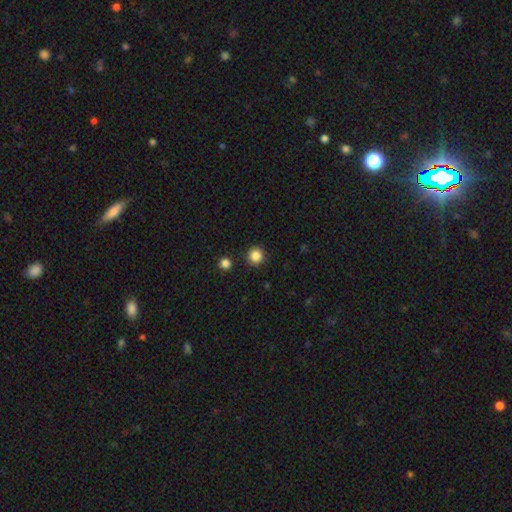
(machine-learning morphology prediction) A smooth galaxy with no disk features (85%) that is round (95%). Merging: none (91%).